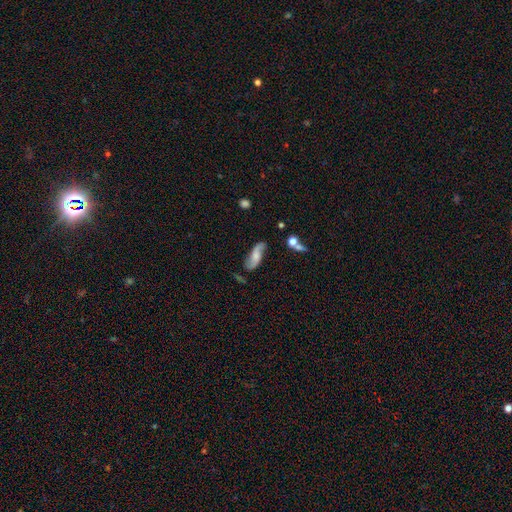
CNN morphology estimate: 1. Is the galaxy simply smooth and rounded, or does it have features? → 69% featured or disk, 24% smooth, 7% star or artifact.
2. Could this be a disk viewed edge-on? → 92% no, 8% yes.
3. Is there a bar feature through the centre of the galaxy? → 57% no, 33% weak, 10% strong.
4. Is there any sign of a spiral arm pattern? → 93% yes, 7% no.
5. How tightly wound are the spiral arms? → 69% loose, 23% medium, 8% tight.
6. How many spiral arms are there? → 91% 2, 4% can't tell, 3% 1, 1% 3, 1% 4, 1% more than 4.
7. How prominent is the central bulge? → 37% moderate, 33% small, 18% none, 9% large, 2% dominant.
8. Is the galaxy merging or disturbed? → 69% none, 19% minor disturbance, 7% major disturbance, 4% merger.